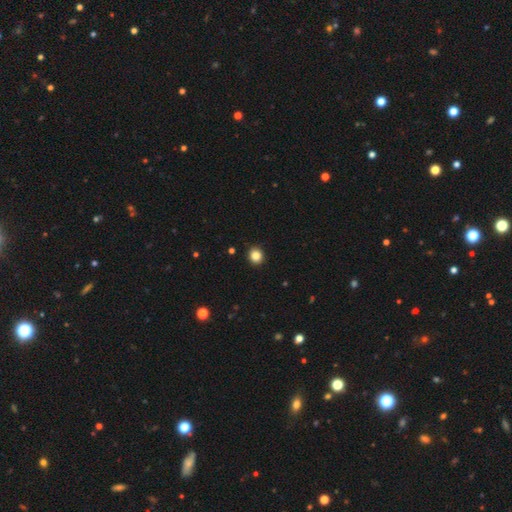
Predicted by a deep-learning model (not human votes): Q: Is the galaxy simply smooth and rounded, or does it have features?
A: smooth — 86%.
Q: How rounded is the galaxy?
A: round — 87%.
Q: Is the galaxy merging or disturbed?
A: none — 92%.